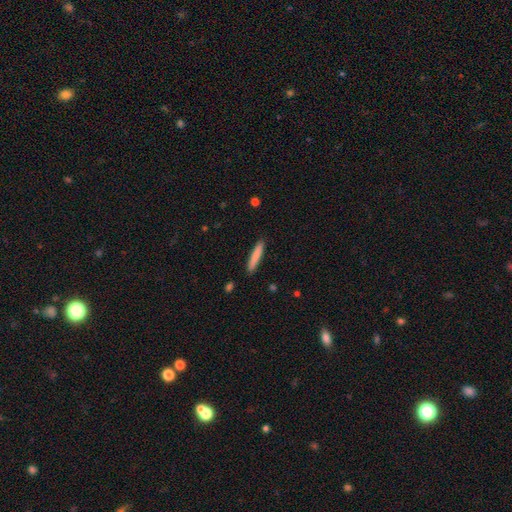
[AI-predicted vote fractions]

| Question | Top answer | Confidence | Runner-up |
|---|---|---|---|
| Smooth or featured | smooth | 82% | featured or disk (12%) |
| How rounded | cigar-shaped | 93% | in between (6%) |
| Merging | none | 89% | minor disturbance (8%) |